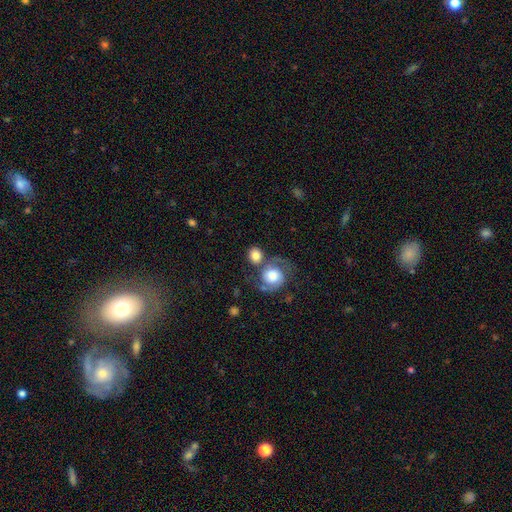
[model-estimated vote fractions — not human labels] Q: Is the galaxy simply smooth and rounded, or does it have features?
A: smooth — 68%.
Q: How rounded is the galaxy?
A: round — 79%.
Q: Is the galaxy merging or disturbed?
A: none — 50%.